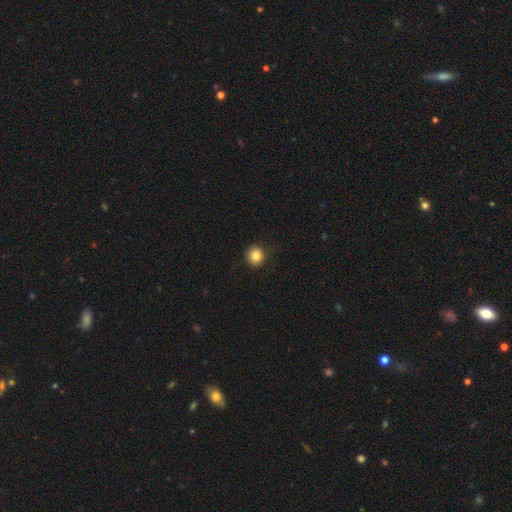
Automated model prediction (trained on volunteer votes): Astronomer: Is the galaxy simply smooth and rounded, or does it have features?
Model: smooth — 85%.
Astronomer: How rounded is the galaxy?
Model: round — 83%.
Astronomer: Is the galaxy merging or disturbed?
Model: none — 87%.